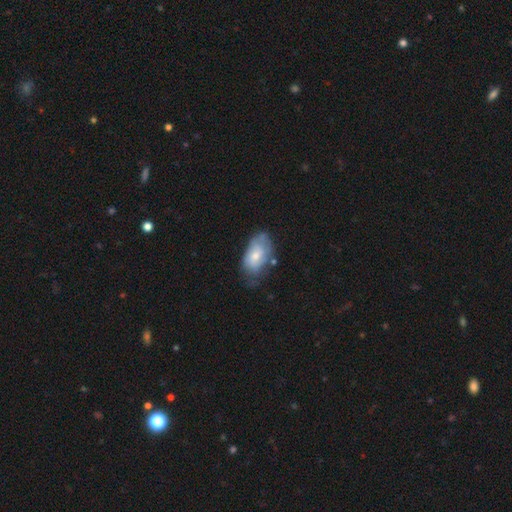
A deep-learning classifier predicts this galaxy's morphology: This is possibly a smooth galaxy (58%). How rounded: clearly in between (93%). Merging: possibly none (47%).